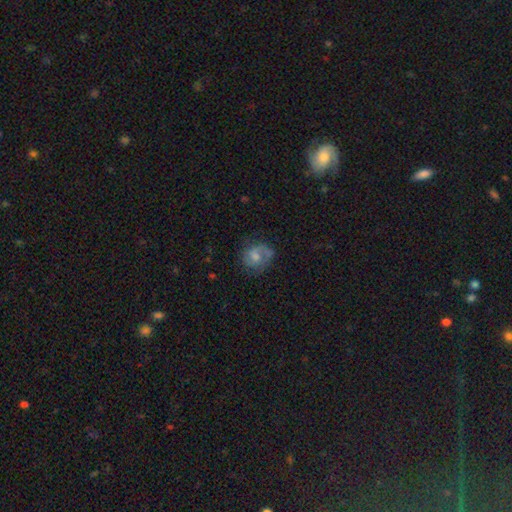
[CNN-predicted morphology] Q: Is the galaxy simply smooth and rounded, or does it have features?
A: featured or disk — 53%.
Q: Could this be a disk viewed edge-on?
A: no — 98%.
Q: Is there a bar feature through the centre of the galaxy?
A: no — 60%.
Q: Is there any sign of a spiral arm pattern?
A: yes — 81%.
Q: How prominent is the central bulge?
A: moderate — 43%.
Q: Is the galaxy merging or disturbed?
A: none — 58%.